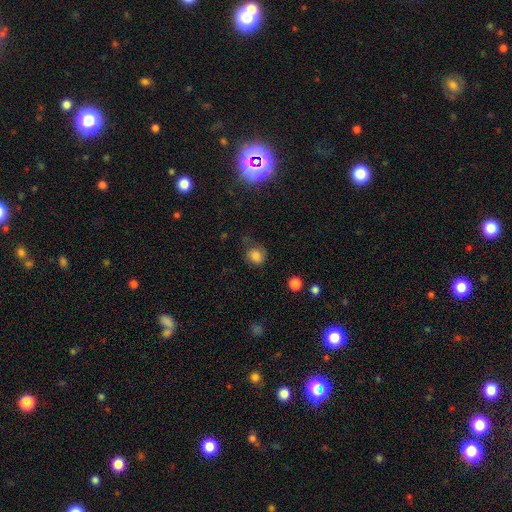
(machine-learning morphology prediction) Overall: smooth (80%). How rounded: round (73%). Merging: none (55%; minor disturbance 27%).